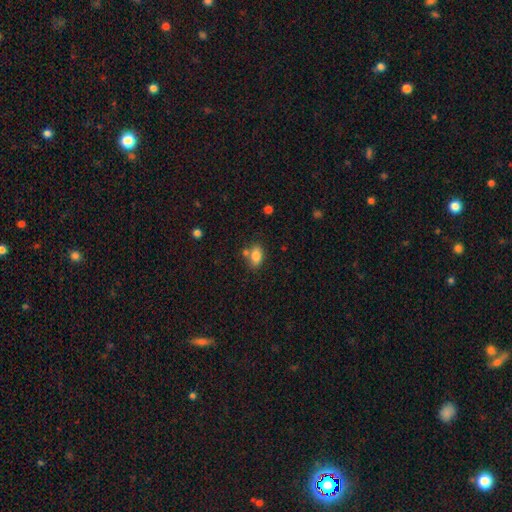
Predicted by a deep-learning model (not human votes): This is clearly a smooth galaxy (82%). How rounded: clearly in between (86%). Merging: likely none (66%).